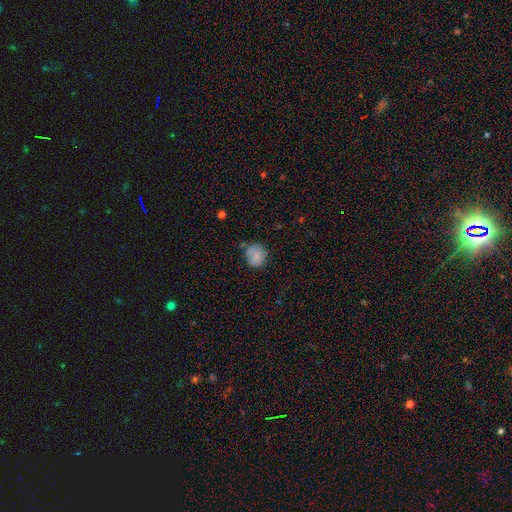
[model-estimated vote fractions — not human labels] A smooth galaxy with no disk features (77%) that is round (81%).

Vote fractions:
- Smooth or featured? smooth: 77% / featured or disk: 13% / star or artifact: 10%
- How rounded? round: 81% / in between: 18% / cigar-shaped: 1%
- Merging? none: 59% / minor disturbance: 26% / major disturbance: 9% / merger: 5%